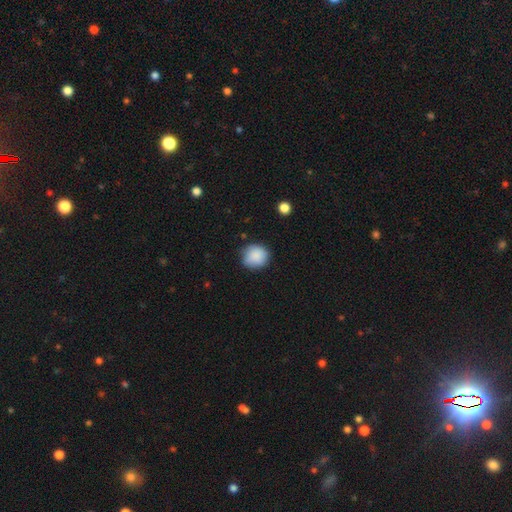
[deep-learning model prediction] A smooth galaxy with no disk features (87%) that is round (84%). Merging: none (78%).